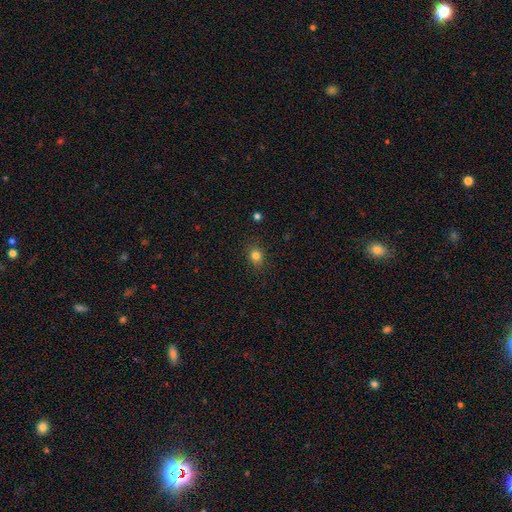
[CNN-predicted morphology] smooth_or_featured: smooth (p=0.81) [alt: star or artifact p=0.13]
how_rounded: round (p=0.58) [alt: in between p=0.41]
merging: none (p=0.87) [alt: minor disturbance p=0.09]